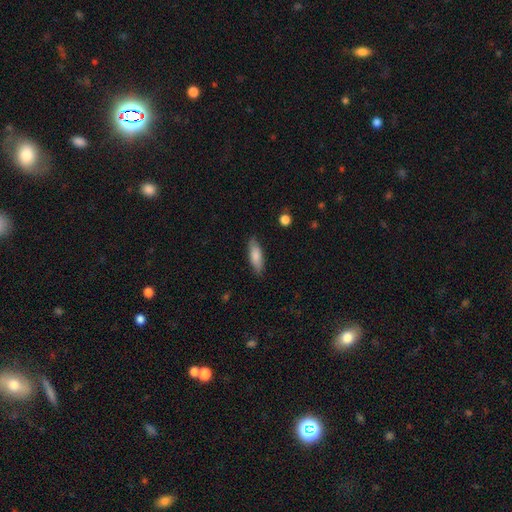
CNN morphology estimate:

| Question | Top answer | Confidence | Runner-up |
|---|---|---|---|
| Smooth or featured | smooth | 82% | featured or disk (12%) |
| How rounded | in between | 55% | cigar-shaped (43%) |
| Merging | none | 85% | minor disturbance (12%) |